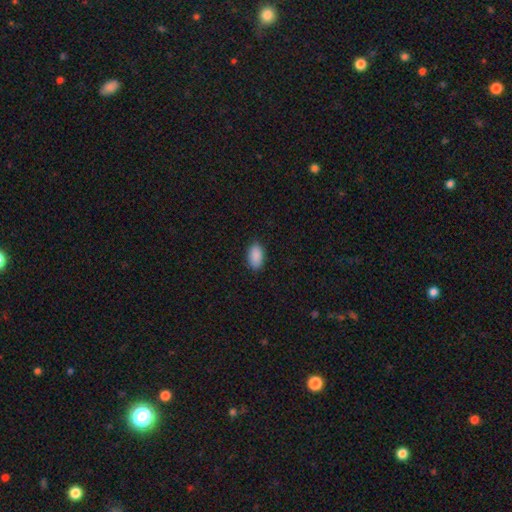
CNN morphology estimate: Q: Smooth or featured?
A: smooth (90%); runner-up: star or artifact (7%)
Q: How rounded?
A: in between (94%); runner-up: round (4%)
Q: Merging?
A: none (86%); runner-up: minor disturbance (11%)